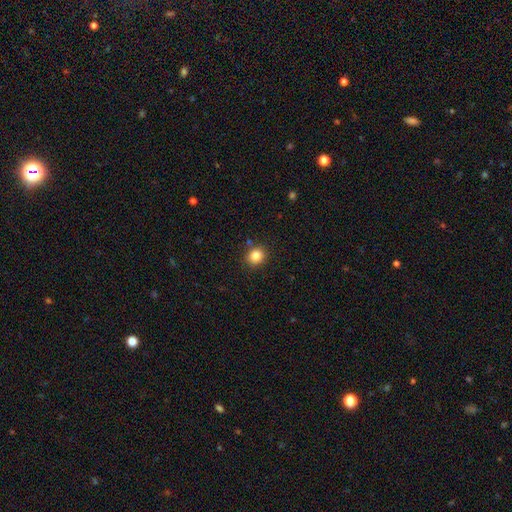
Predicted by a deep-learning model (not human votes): Smooth or featured? smooth (84%)
How rounded? round (75%)
Merging? none (86%)